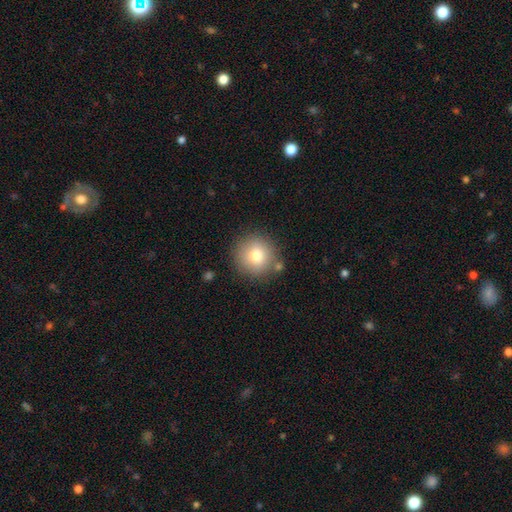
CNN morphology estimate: Smooth or featured?
  - smooth: 78% *
  - featured or disk: 12%
  - star or artifact: 11%
How rounded?
  - round: 94% *
  - in between: 5%
  - cigar-shaped: 1%
Merging?
  - none: 83% *
  - minor disturbance: 9%
  - merger: 4%
  - major disturbance: 3%